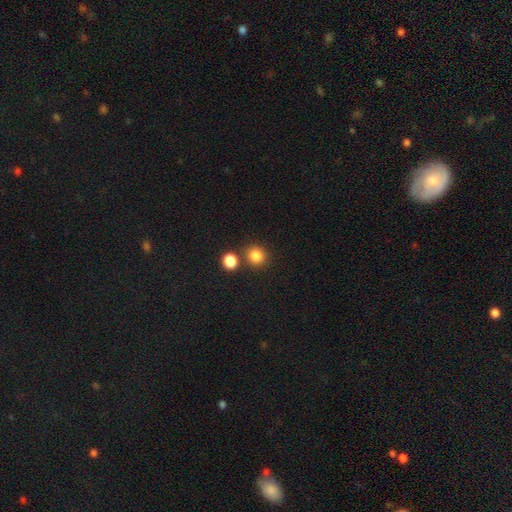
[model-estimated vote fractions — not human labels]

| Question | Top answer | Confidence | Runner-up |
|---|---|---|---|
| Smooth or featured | smooth | 84% | star or artifact (12%) |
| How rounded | round | 86% | in between (13%) |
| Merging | none | 76% | merger (14%) |